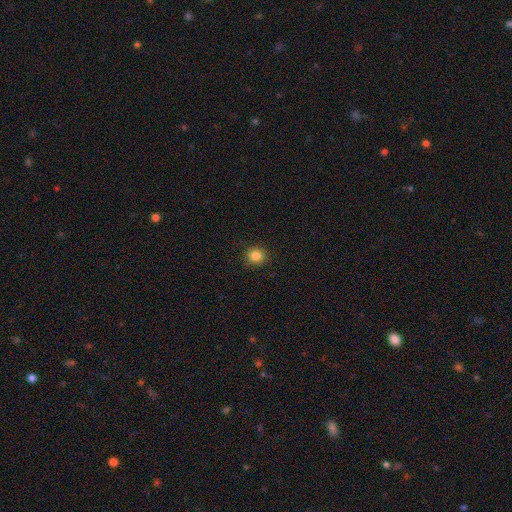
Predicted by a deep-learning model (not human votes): Smooth or featured?
  - smooth: 85% *
  - star or artifact: 11%
  - featured or disk: 4%
How rounded?
  - round: 92% *
  - in between: 8%
  - cigar-shaped: 1%
Merging?
  - none: 91% *
  - minor disturbance: 6%
  - major disturbance: 2%
  - merger: 1%